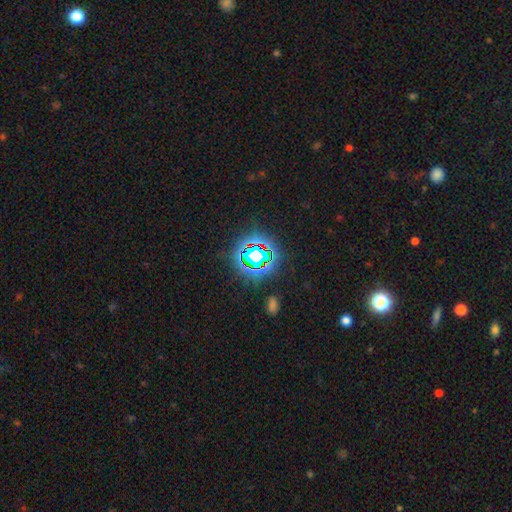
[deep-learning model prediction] Smooth or featured? star or artifact (74%)